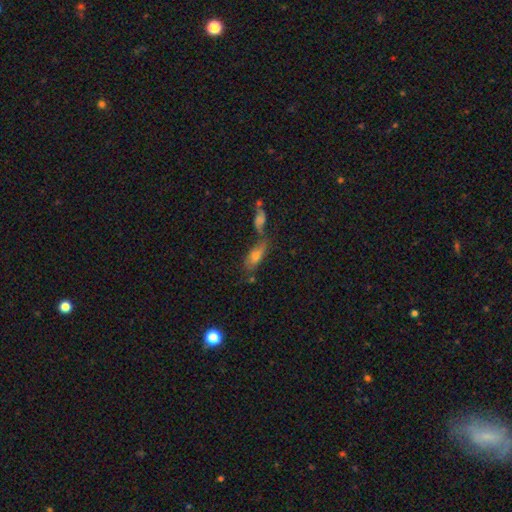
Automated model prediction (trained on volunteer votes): Smooth or featured? smooth (63%)
How rounded? in between (72%)
Merging? none (47%)